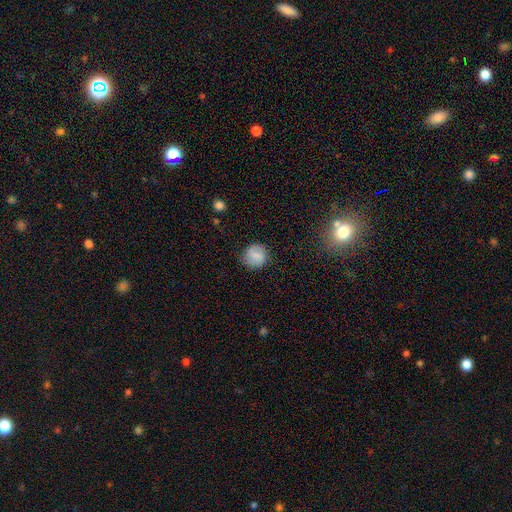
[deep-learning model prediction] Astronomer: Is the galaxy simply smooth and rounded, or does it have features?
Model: smooth — 73%.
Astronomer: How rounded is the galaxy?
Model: round — 88%.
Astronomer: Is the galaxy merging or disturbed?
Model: none — 80%.